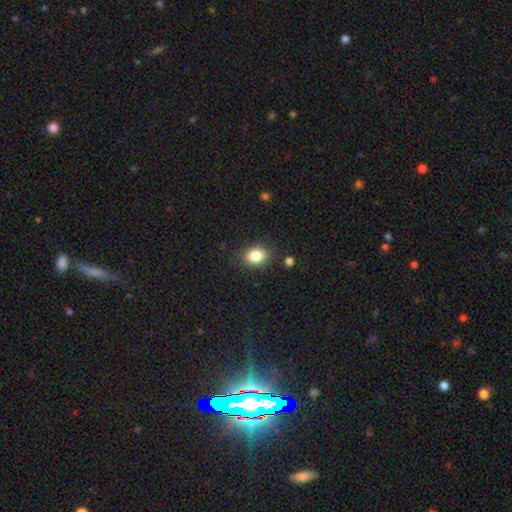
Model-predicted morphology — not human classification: This appears to be a smooth galaxy with no disk features (84%) that is in between round and cigar-shaped (63%). Merging: none (85%).